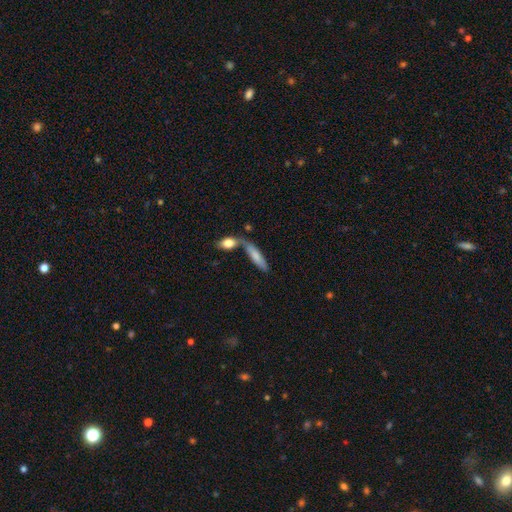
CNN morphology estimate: smooth-or-featured: smooth: 74% | featured or disk: 19% | star or artifact: 6%
  how-rounded: cigar-shaped: 57% | in between: 41% | round: 2%
  merging: merger: 44% | none: 39% | minor disturbance: 12% | major disturbance: 6%